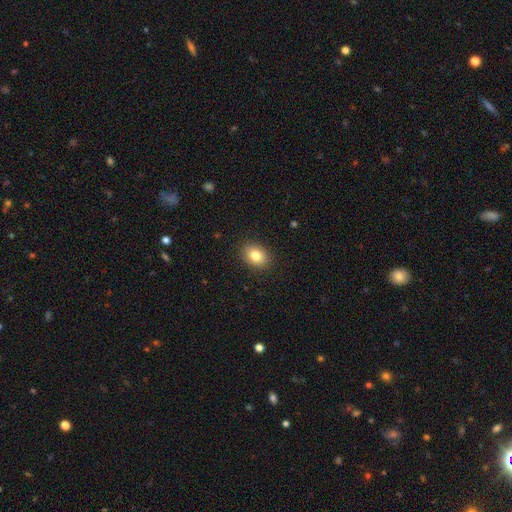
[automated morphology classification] The model was most divided on "how rounded": in between: 69%, round: 30%, cigar-shaped: 1%. More confident: merging — none (89%); smooth or featured — smooth (82%).